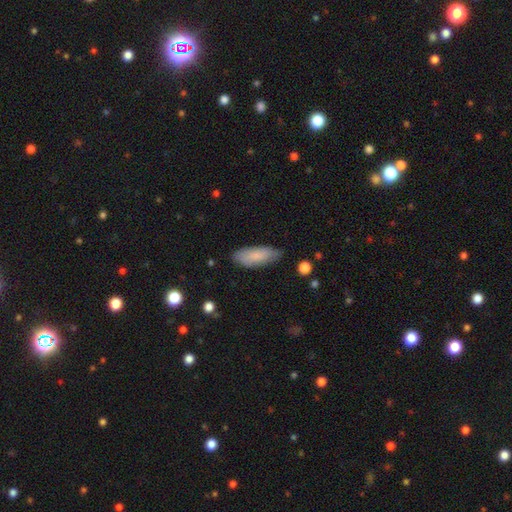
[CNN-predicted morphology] Overall: smooth (82%). How rounded: in between (72%). Merging: none (77%).